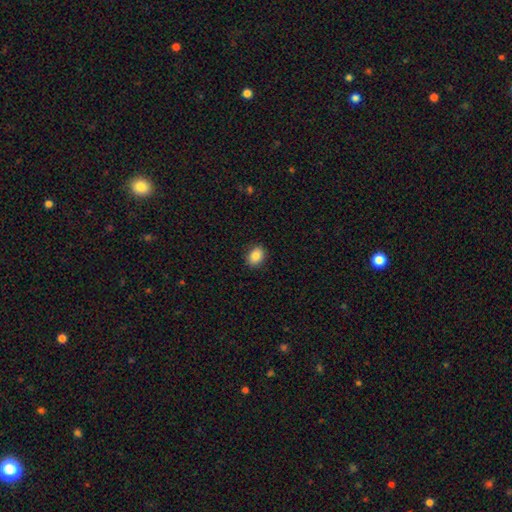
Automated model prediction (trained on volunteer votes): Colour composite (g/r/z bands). It shows a smooth galaxy with no disk features (88%) that is in between round and cigar-shaped (69%). Merging: none (89%).